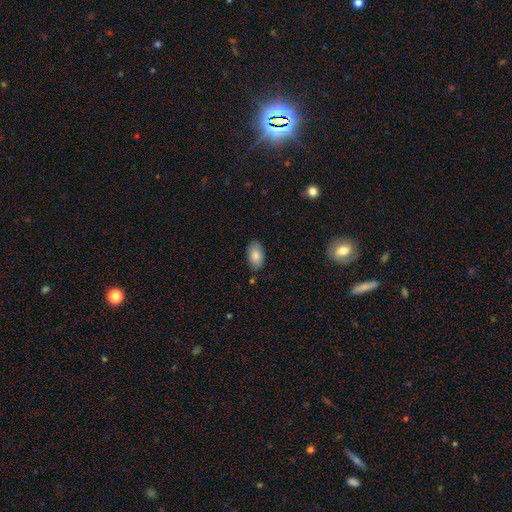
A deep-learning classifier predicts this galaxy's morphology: type=smooth (84%); roundness=in between (94%); merging=none (82%).